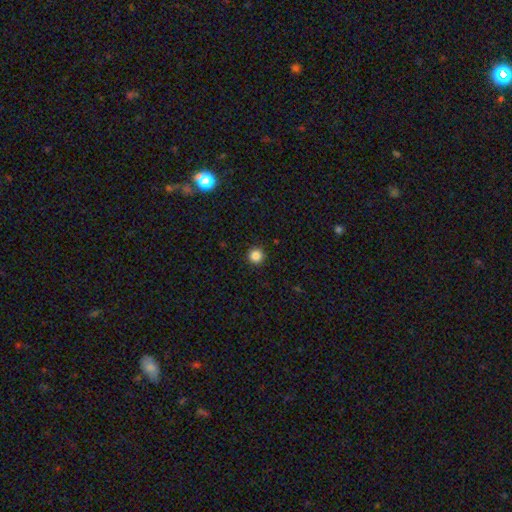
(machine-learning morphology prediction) Overall: smooth (86%). How rounded: round (96%). Merging: none (93%).